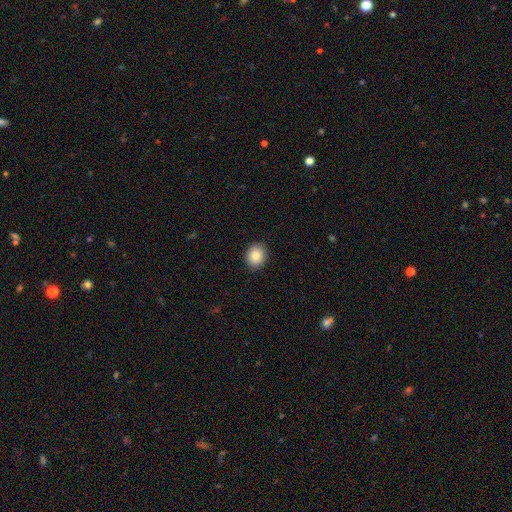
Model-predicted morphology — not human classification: Overall: smooth (86%). How rounded: round (65%; in between 34%). Merging: none (90%).